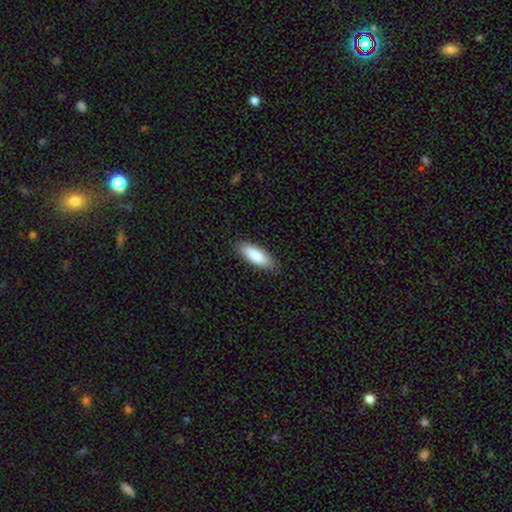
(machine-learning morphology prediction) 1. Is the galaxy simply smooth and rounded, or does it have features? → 81% smooth, 13% featured or disk, 6% star or artifact.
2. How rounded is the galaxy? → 64% in between, 35% cigar-shaped, 2% round.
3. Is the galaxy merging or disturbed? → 87% none, 10% minor disturbance, 2% major disturbance, 1% merger.